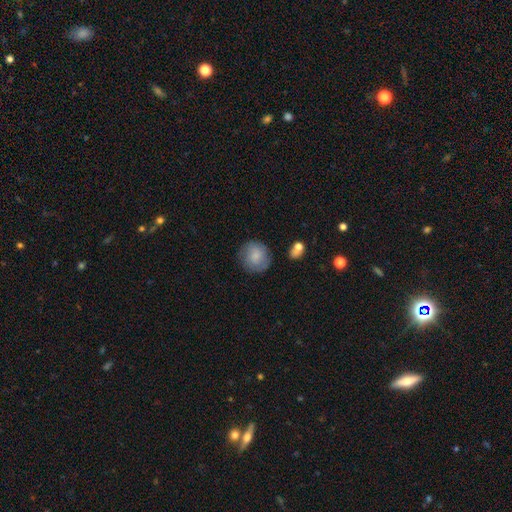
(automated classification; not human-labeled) A smooth galaxy with no disk features (74%) that is round (88%). Merging: none (75%).